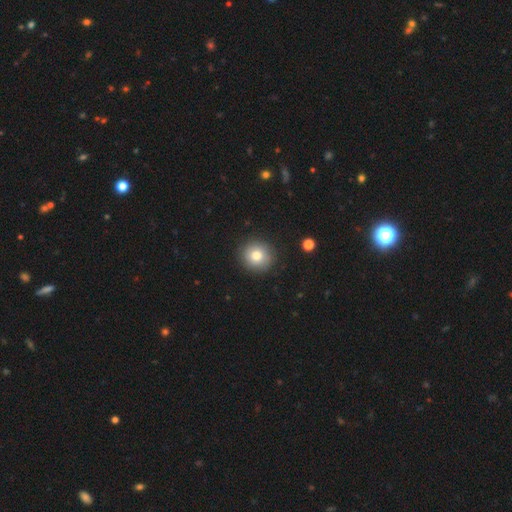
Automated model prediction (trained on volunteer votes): Morphology: type=smooth (79%); roundness=round (92%); merging=none (89%).